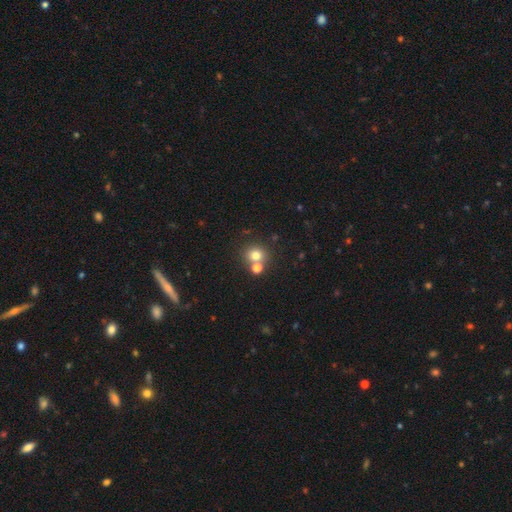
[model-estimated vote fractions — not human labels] Smooth or featured: smooth — 76% (star or artifact — 15%)
How rounded: round — 85% (in between — 14%)
Merging: none — 60% (merger — 30%)